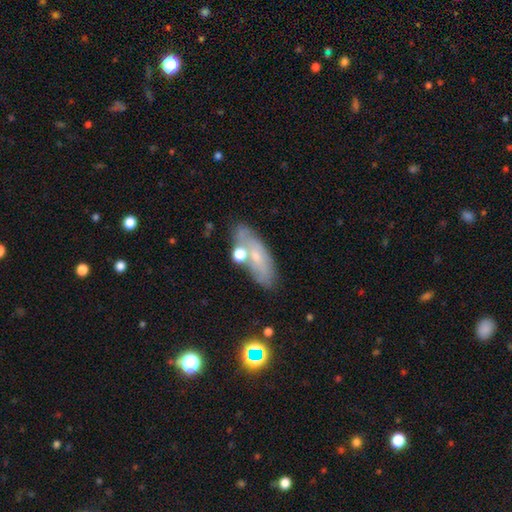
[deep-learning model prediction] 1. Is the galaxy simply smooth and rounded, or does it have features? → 48% smooth, 41% featured or disk, 12% star or artifact.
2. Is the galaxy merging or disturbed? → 69% none, 17% minor disturbance, 9% merger, 6% major disturbance.